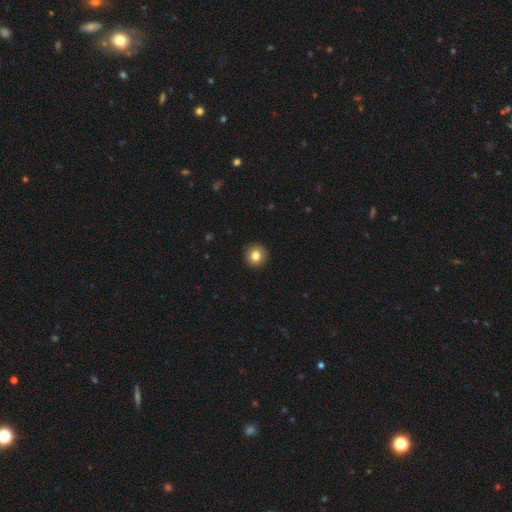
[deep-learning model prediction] smooth-or-featured: smooth: 83% | star or artifact: 10% | featured or disk: 7%
  how-rounded: round: 94% | in between: 6% | cigar-shaped: 1%
  merging: none: 92% | minor disturbance: 6% | major disturbance: 2% | merger: 1%